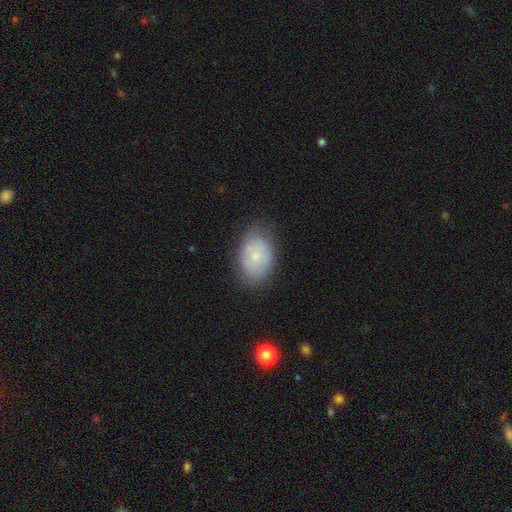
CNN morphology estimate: Smooth or featured?
  - smooth: 64% *
  - featured or disk: 28%
  - star or artifact: 8%
How rounded?
  - in between: 86% *
  - round: 12%
  - cigar-shaped: 1%
Merging?
  - none: 76% *
  - minor disturbance: 18%
  - major disturbance: 5%
  - merger: 2%